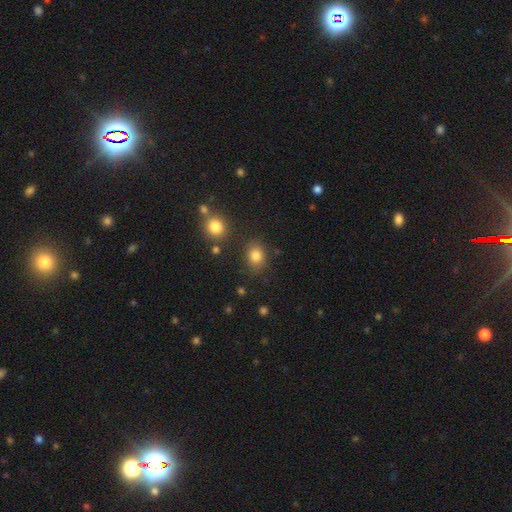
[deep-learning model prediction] Overall: smooth (81%). How rounded: round (50%; in between 49%). Merging: none (79%).